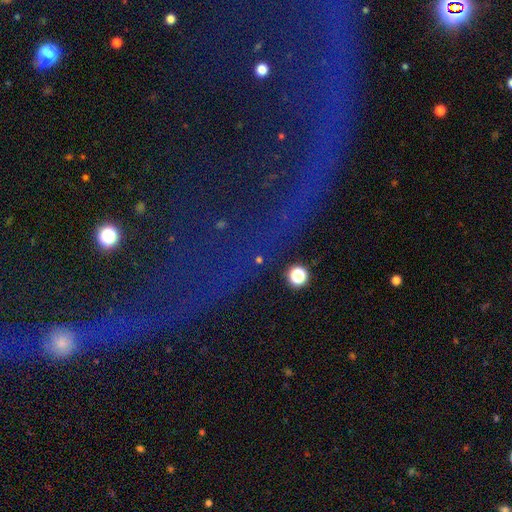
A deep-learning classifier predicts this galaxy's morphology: This is possibly a star or artifact rather than a galaxy (57%).